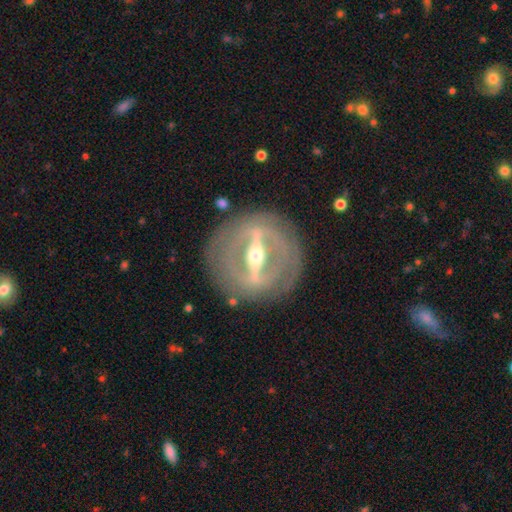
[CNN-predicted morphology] A featured or disk galaxy (86%) with a strong bar (86%), no spiral arms (68%) and a moderate central bulge (66%).

Vote fractions:
- Smooth or featured? featured or disk: 86% / smooth: 8% / star or artifact: 5%
- Edge-on disk? no: 68% / yes: 32%
- Bar? strong: 86% / weak: 10% / no: 4%
- Spiral arms? no: 68% / yes: 32%
- Bulge size? moderate: 66% / small: 26% / large: 6% / dominant: 1% / none: 1%
- Merging? none: 84% / minor disturbance: 9% / major disturbance: 5% / merger: 1%